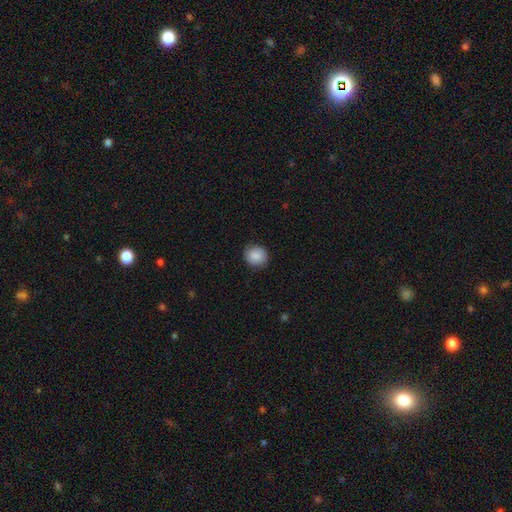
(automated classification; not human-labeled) This is clearly a smooth galaxy (87%). How rounded: clearly round (86%). Merging: clearly none (86%).